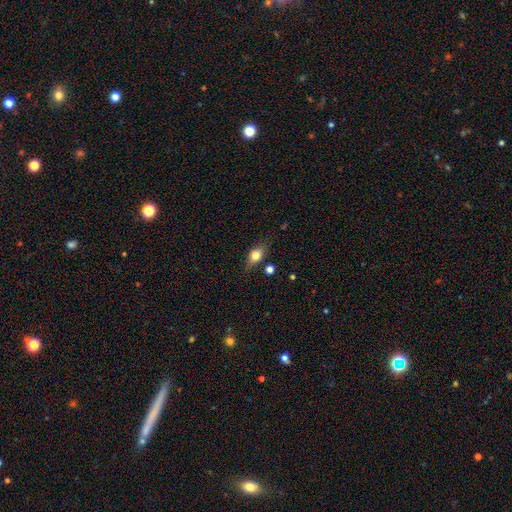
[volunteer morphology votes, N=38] A smooth galaxy with no disk features (61%) that is in between round and cigar-shaped (70%).

Vote fractions:
- Smooth or featured? smooth: 61% / featured or disk: 34% / star or artifact: 5%
- How rounded? in between: 70% / round: 26% / cigar-shaped: 4%
- Merging? none: 69% / minor disturbance: 25% / major disturbance: 6% / merger: 0%